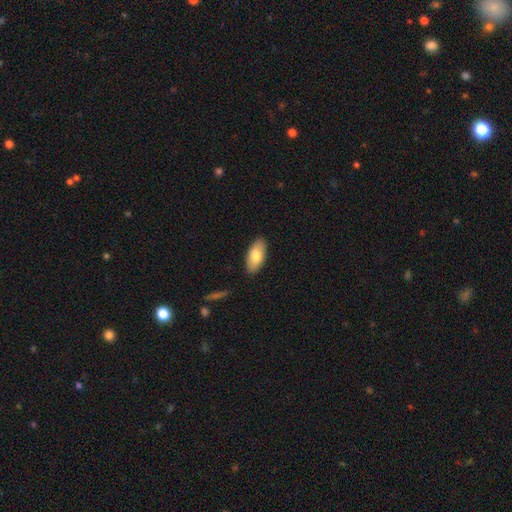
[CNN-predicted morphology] Smooth or featured? Predicted: smooth (p=0.77). How rounded? Predicted: in between (p=0.91). Merging? Predicted: none (p=0.88).